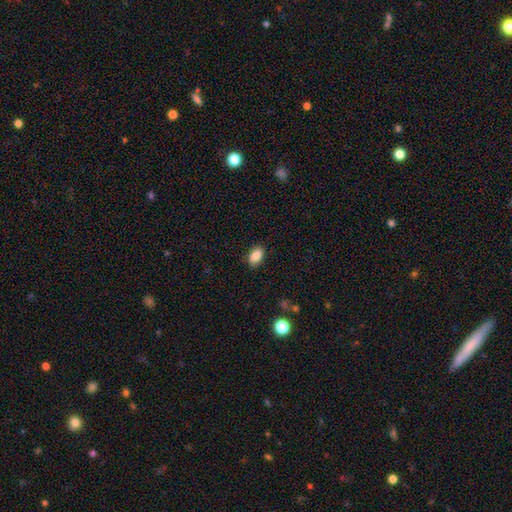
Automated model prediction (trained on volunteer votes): Smooth or featured?
  - smooth: 87% *
  - star or artifact: 8%
  - featured or disk: 5%
How rounded?
  - in between: 89% *
  - round: 9%
  - cigar-shaped: 2%
Merging?
  - none: 85% *
  - minor disturbance: 11%
  - major disturbance: 2%
  - merger: 1%